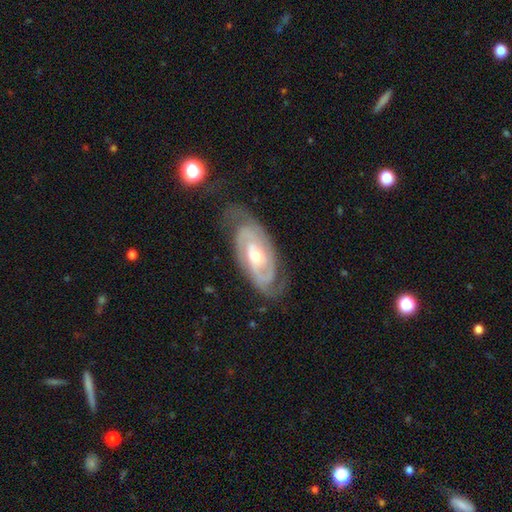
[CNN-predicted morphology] A featured or disk galaxy (89%) with no bar (54%), 2 (71%) tight (65%) spiral arms (97%) and a moderate central bulge (52%).

Vote fractions:
- Smooth or featured? featured or disk: 89% / smooth: 7% / star or artifact: 4%
- Edge-on disk? no: 95% / yes: 5%
- Bar? no: 54% / weak: 32% / strong: 14%
- Spiral arms? yes: 97% / no: 3%
- Spiral winding? tight: 65% / medium: 29% / loose: 6%
- Spiral arm count? 2: 71% / can't tell: 12% / 3: 10% / 4: 3% / 1: 3% / more than 4: 2%
- Bulge size? moderate: 52% / small: 45% / large: 2% / none: 1% / dominant: 1%
- Merging? none: 73% / minor disturbance: 18% / major disturbance: 8% / merger: 1%